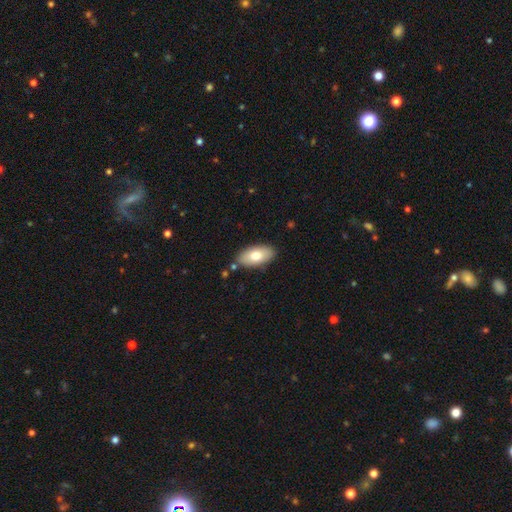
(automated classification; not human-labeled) A smooth galaxy with no disk features (75%) that is in between round and cigar-shaped (93%). Merging: none (85%).